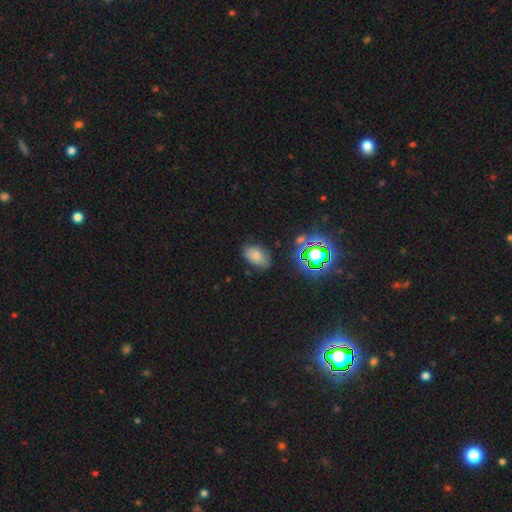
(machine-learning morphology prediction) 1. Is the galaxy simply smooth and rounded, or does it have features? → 63% smooth, 19% featured or disk, 18% star or artifact.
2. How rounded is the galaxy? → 88% in between, 10% round, 1% cigar-shaped.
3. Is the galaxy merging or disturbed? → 68% none, 23% minor disturbance, 6% major disturbance, 2% merger.